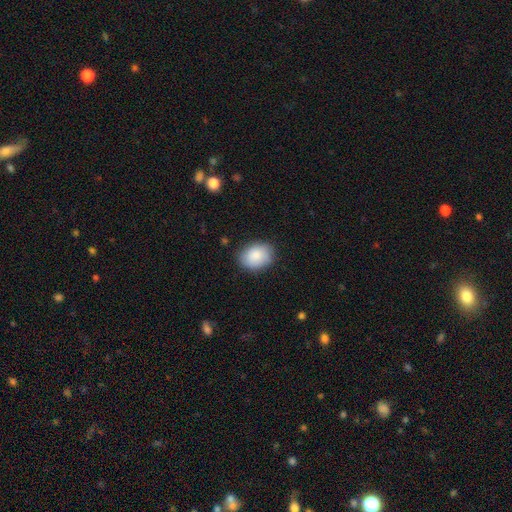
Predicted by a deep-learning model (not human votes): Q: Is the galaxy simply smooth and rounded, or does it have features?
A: smooth — 87%.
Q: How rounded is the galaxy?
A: in between — 63%.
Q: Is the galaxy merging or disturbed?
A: none — 83%.